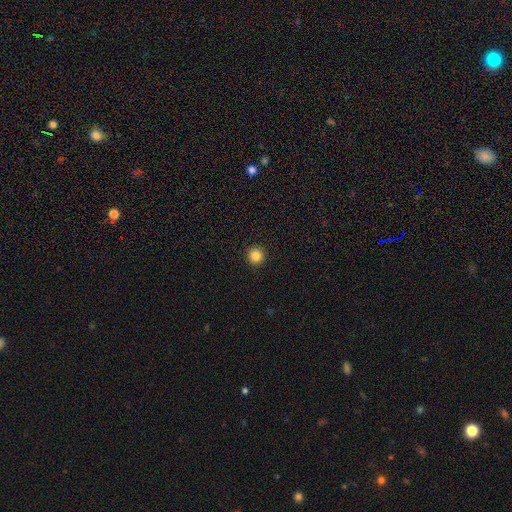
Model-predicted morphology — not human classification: Smooth or featured?
  - smooth: 85% *
  - star or artifact: 11%
  - featured or disk: 4%
How rounded?
  - round: 96% *
  - in between: 3%
  - cigar-shaped: 1%
Merging?
  - none: 93% *
  - minor disturbance: 4%
  - major disturbance: 2%
  - merger: 1%